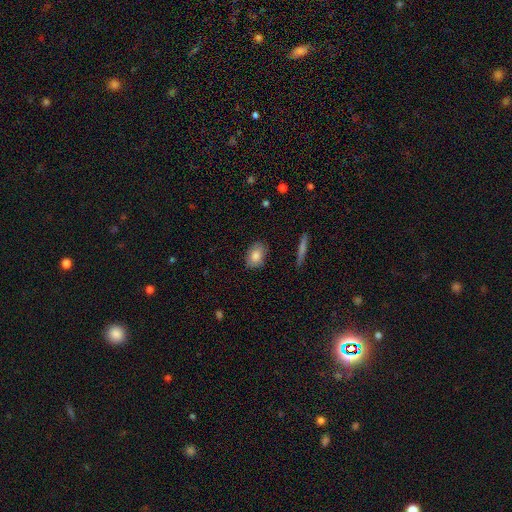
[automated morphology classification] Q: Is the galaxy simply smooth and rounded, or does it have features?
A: smooth — 82%.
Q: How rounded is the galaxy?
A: in between — 79%.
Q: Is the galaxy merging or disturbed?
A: none — 83%.